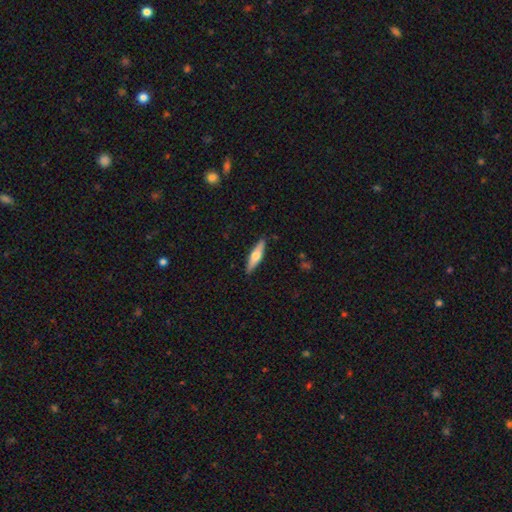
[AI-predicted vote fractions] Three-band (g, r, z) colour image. It shows a smooth galaxy with no disk features (49%). Merging: none (89%).